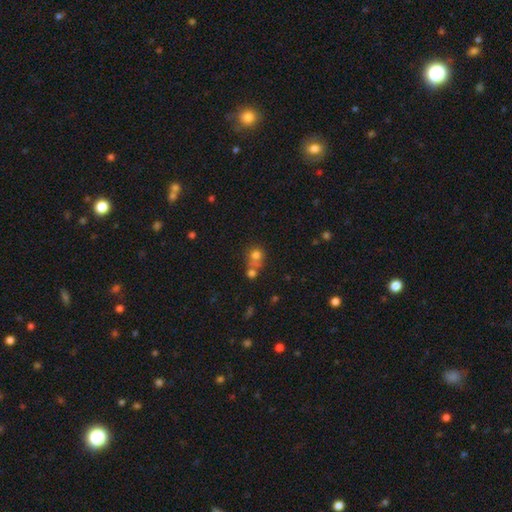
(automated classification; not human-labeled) smooth_or_featured: smooth (p=0.73) [alt: star or artifact p=0.14]
how_rounded: round (p=0.78) [alt: in between p=0.21]
merging: merger (p=0.42) [alt: none p=0.41]